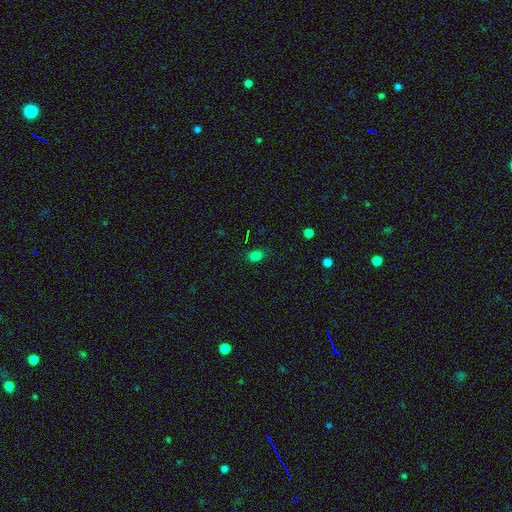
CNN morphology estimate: This appears to be a smooth galaxy with no disk features (80%) that is in between round and cigar-shaped (76%). Merging: none (85%).